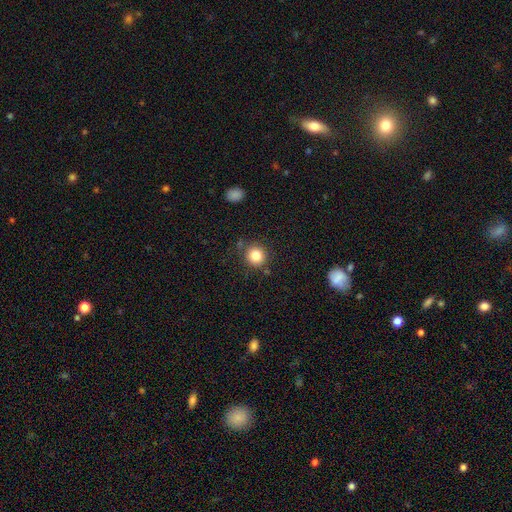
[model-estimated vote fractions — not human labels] Q: Smooth or featured?
A: smooth (83%); runner-up: star or artifact (11%)
Q: How rounded?
A: round (92%); runner-up: in between (8%)
Q: Merging?
A: none (83%); runner-up: minor disturbance (10%)